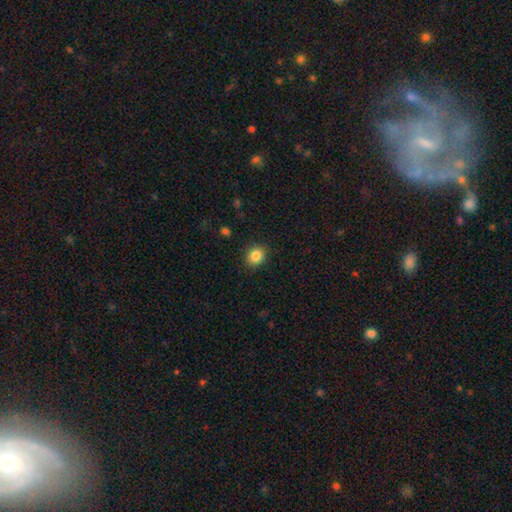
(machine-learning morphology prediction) smooth-or-featured: smooth: 85% | star or artifact: 10% | featured or disk: 5%
  how-rounded: round: 70% | in between: 29% | cigar-shaped: 1%
  merging: none: 89% | minor disturbance: 8% | major disturbance: 2% | merger: 1%